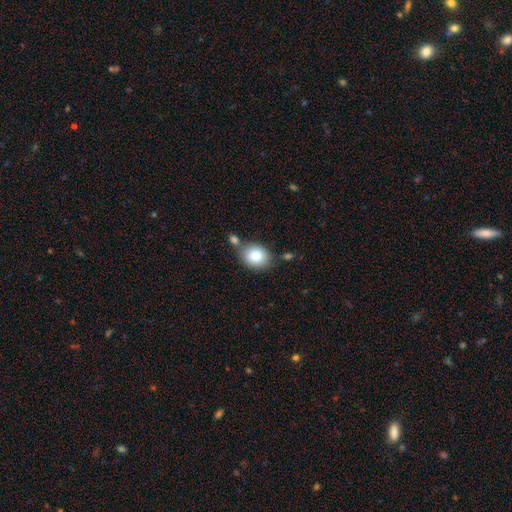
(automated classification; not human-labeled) smooth 81%, featured or disk 10%, star or artifact 9%. Down the decision tree: how rounded — round (54%); merging — none (65%).